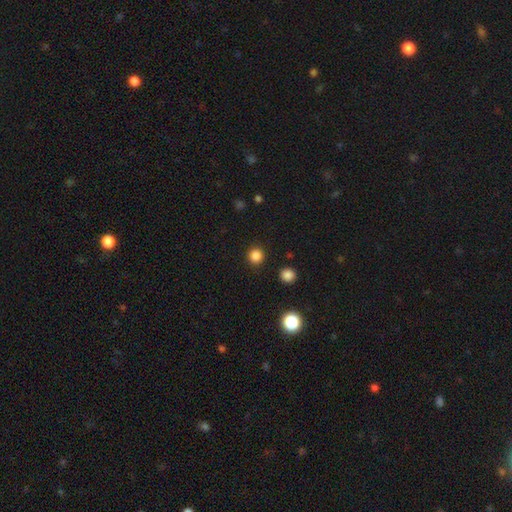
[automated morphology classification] Smooth or featured: smooth — 84% (star or artifact — 13%)
How rounded: round — 94% (in between — 6%)
Merging: none — 91% (minor disturbance — 5%)